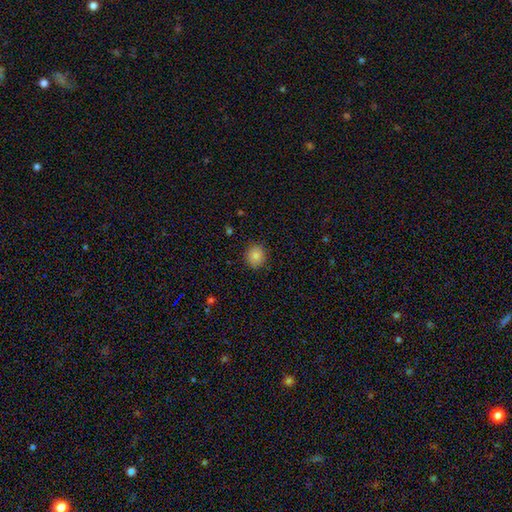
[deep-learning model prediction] smooth 82%, star or artifact 10%, featured or disk 8%. Down the decision tree: how rounded — round (80%); merging — none (88%).